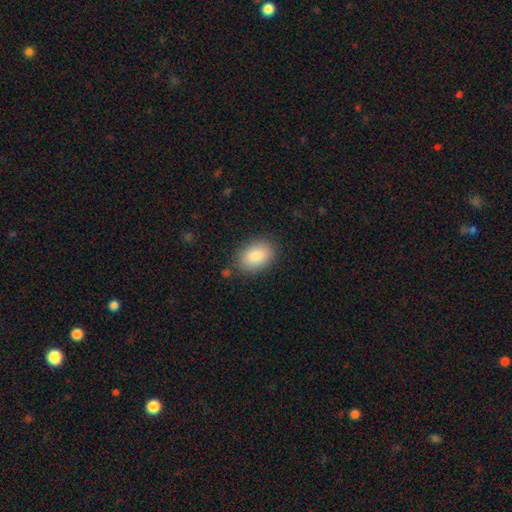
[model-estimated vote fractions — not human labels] A smooth galaxy with no disk features (86%) that is in between round and cigar-shaped (84%). Merging: none (84%).